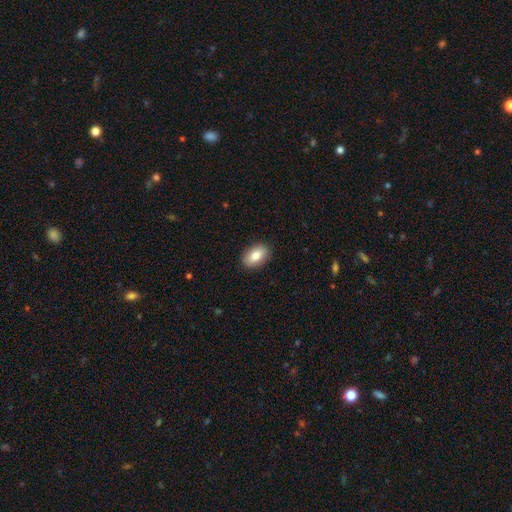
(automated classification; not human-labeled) Q: Smooth or featured?
A: smooth (80%); runner-up: featured or disk (13%)
Q: How rounded?
A: in between (90%); runner-up: round (8%)
Q: Merging?
A: none (89%); runner-up: minor disturbance (8%)